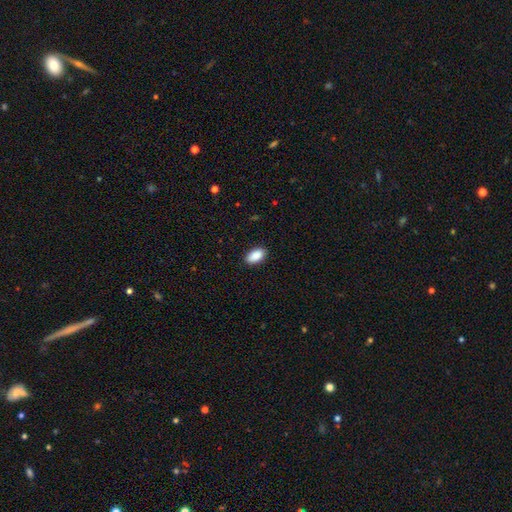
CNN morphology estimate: This appears to be a smooth galaxy with no disk features (91%) that is in between round and cigar-shaped (94%). Merging: none (89%).